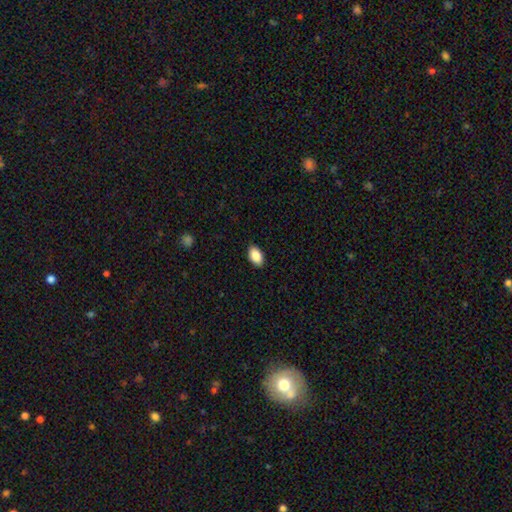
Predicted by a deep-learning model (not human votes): This is clearly a smooth galaxy (87%). How rounded: clearly in between (92%). Merging: clearly none (88%).